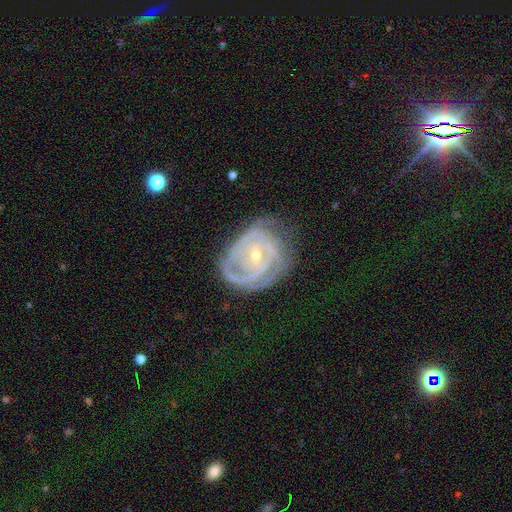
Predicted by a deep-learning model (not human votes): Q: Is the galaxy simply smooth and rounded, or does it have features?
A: featured or disk — 85%.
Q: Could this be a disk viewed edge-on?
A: no — 97%.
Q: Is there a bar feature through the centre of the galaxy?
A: no — 62%.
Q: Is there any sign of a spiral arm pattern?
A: yes — 93%.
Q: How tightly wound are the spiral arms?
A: tight — 75%.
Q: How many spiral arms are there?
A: can't tell — 32%.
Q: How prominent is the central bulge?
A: small — 66%.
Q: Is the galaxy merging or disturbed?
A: none — 58%.